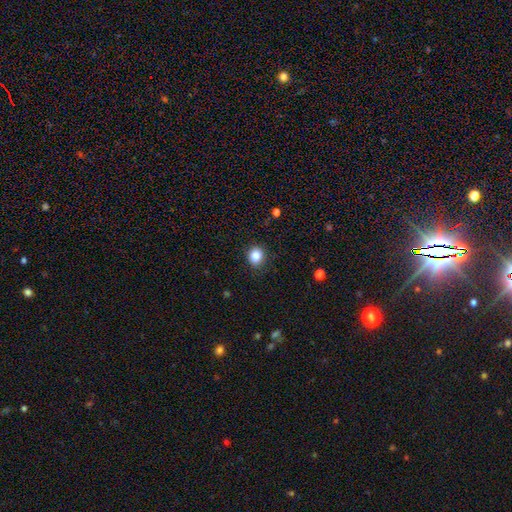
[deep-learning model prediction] This appears to be a smooth galaxy with no disk features (83%) that is round (76%). Merging: none (90%).